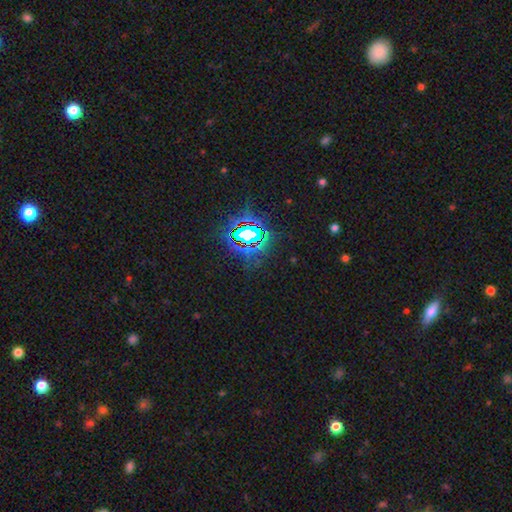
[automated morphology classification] This is clearly a star or artifact rather than a galaxy (81%).